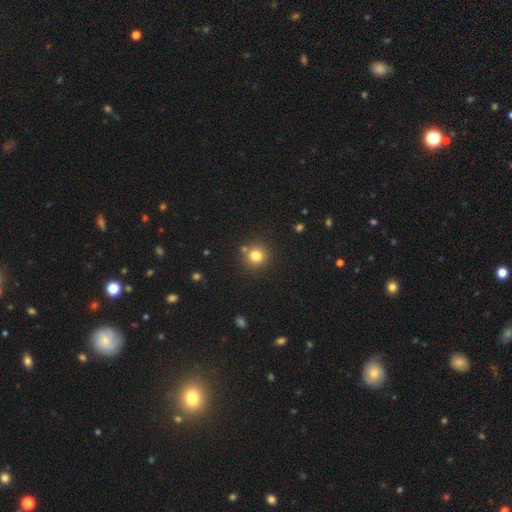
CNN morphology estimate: A smooth galaxy with no disk features (80%) that is round (91%). Merging: none (83%).